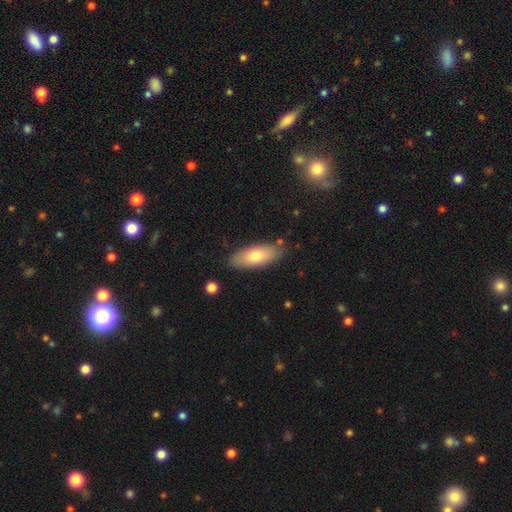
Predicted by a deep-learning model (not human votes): This is likely a smooth galaxy (72%). How rounded: likely in between (77%). Merging: clearly none (84%).